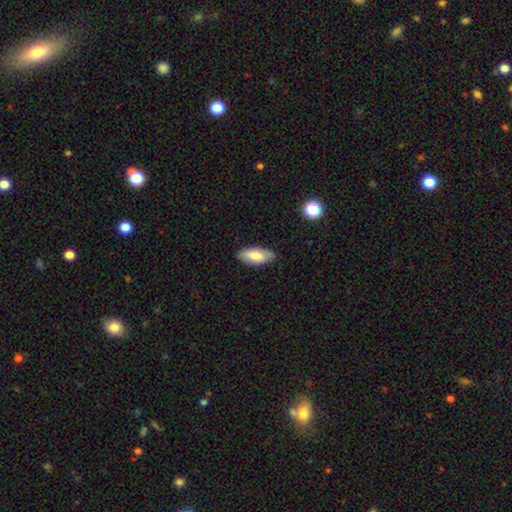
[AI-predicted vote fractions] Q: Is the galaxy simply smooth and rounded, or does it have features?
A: smooth — 75%.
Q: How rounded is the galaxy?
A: in between — 87%.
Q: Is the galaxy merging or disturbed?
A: none — 84%.